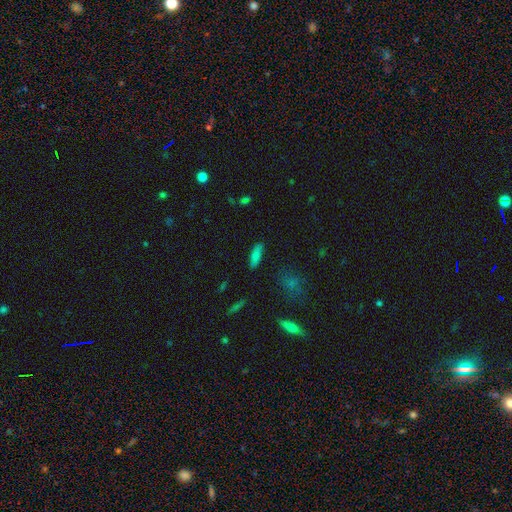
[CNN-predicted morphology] smooth 78%, featured or disk 12%, star or artifact 10%. Down the decision tree: how rounded — in between (52%); merging — none (85%).